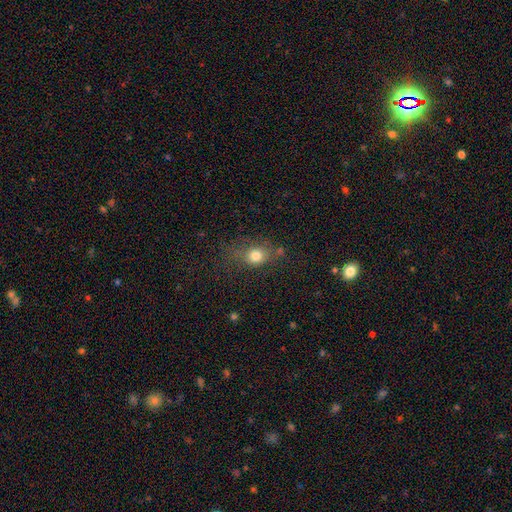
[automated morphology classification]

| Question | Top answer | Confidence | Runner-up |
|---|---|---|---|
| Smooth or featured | smooth | 77% | star or artifact (13%) |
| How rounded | round | 57% | in between (40%) |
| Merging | none | 62% | minor disturbance (22%) |